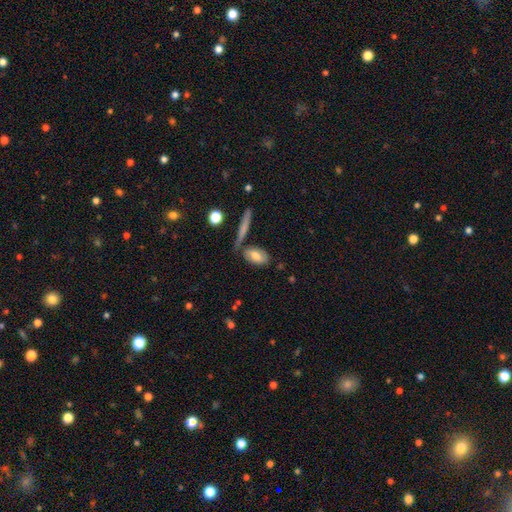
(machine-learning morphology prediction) Q: Smooth or featured?
A: smooth (66%); runner-up: featured or disk (27%)
Q: How rounded?
A: in between (85%); runner-up: cigar-shaped (9%)
Q: Merging?
A: none (64%); runner-up: minor disturbance (18%)